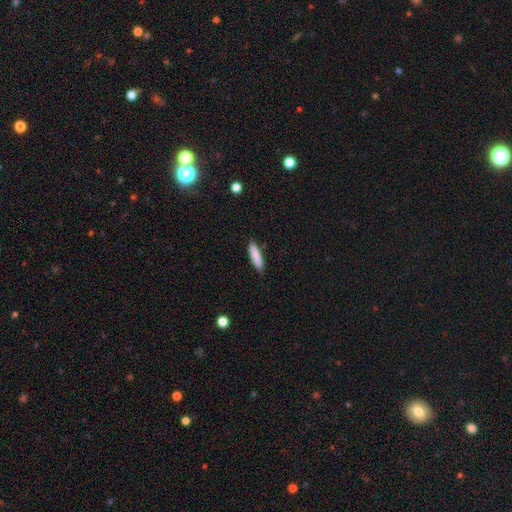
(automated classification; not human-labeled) Smooth or featured? smooth (87%)
How rounded? cigar-shaped (77%)
Merging? none (88%)